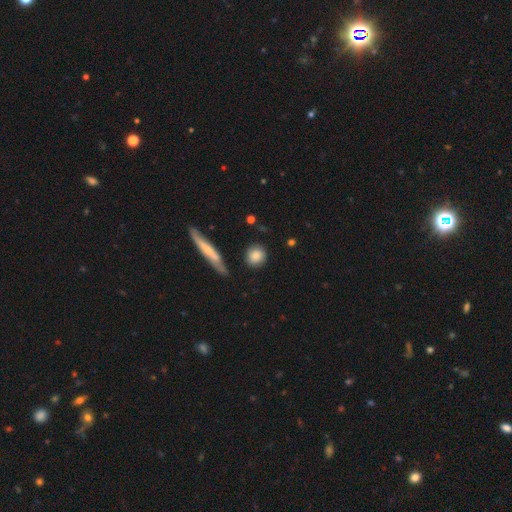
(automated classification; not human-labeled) Smooth or featured? smooth (83%)
How rounded? round (72%)
Merging? none (82%)